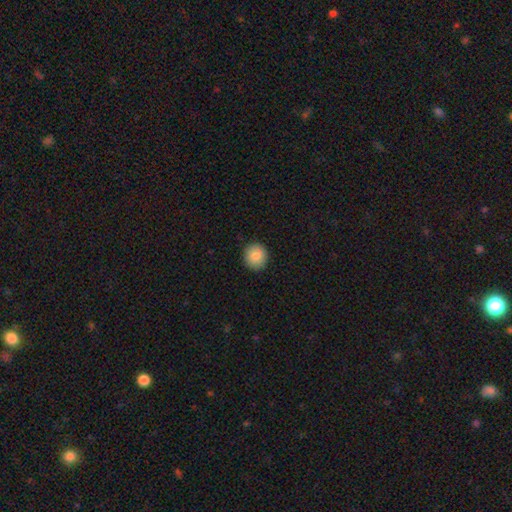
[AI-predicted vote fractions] Smooth or featured? smooth (83%)
How rounded? round (92%)
Merging? none (92%)